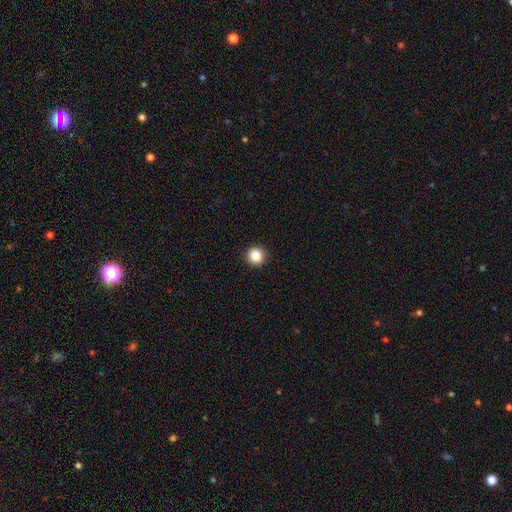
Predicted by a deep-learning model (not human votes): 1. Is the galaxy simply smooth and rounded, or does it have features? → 86% smooth, 10% star or artifact, 4% featured or disk.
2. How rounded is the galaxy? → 95% round, 4% in between, 1% cigar-shaped.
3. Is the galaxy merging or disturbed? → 93% none, 4% minor disturbance, 2% major disturbance, 1% merger.